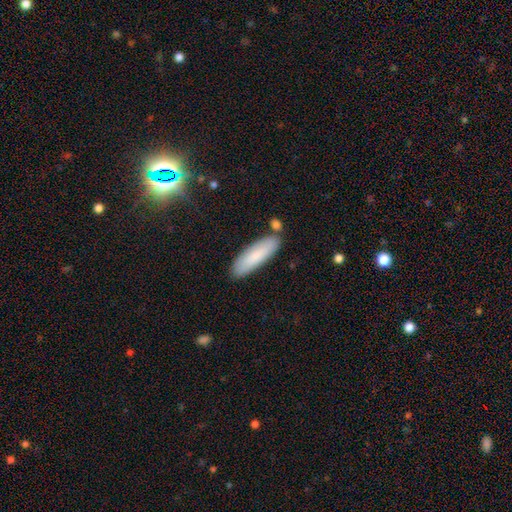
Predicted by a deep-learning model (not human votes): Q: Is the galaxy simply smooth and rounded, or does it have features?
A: smooth — 81%.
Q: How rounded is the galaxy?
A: cigar-shaped — 57%.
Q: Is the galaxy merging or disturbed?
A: none — 83%.